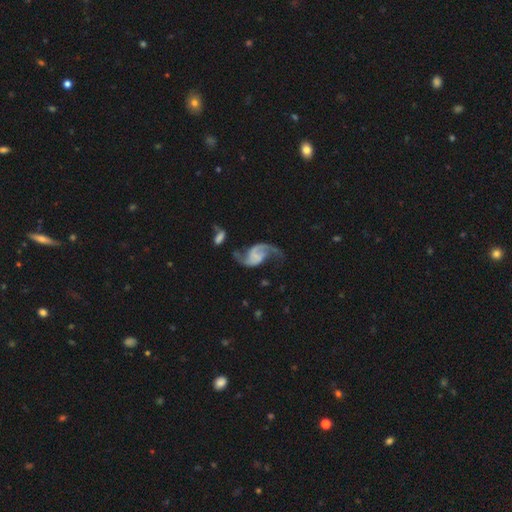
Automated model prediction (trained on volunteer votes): smooth-or-featured: featured or disk: 87% | smooth: 8% | star or artifact: 6%
  disk-edge-on: no: 98% | yes: 2%
    bar: no: 51% | weak: 35% | strong: 14%
    has-spiral-arms: yes: 96% | no: 4%
      spiral-winding: loose: 70% | medium: 24% | tight: 5%
      spiral-arm-count: 2: 89% | 1: 6% | can't tell: 2% | 3: 1% | 4: 1% | more than 4: 1%
    bulge-size: none: 66% | small: 19% | moderate: 8% | large: 5% | dominant: 2%
  merging: none: 52% | major disturbance: 21% | minor disturbance: 19% | merger: 8%